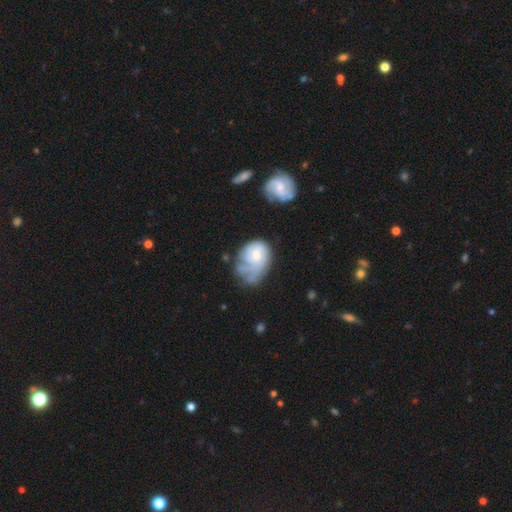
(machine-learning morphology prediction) Q: Smooth or featured?
A: featured or disk (55%); runner-up: smooth (37%)
Q: Edge-on disk?
A: no (97%); runner-up: yes (3%)
Q: Bar?
A: no (71%); runner-up: weak (26%)
Q: Spiral arms?
A: yes (72%); runner-up: no (28%)
Q: Bulge size?
A: moderate (46%); runner-up: small (34%)
Q: Merging?
A: major disturbance (36%); runner-up: minor disturbance (27%)